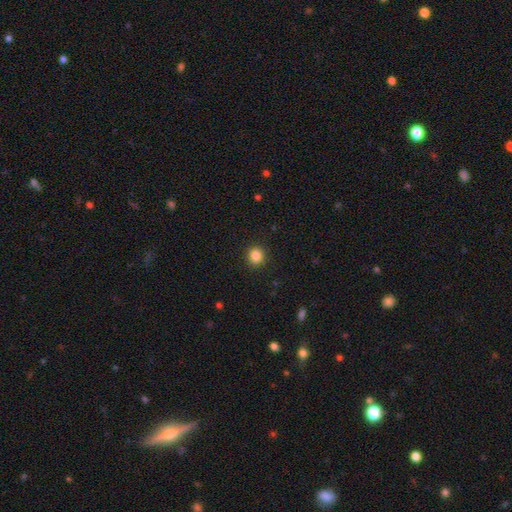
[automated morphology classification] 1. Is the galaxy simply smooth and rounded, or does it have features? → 85% smooth, 11% star or artifact, 4% featured or disk.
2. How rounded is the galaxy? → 90% round, 9% in between, 1% cigar-shaped.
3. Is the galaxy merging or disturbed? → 92% none, 5% minor disturbance, 2% major disturbance, 1% merger.